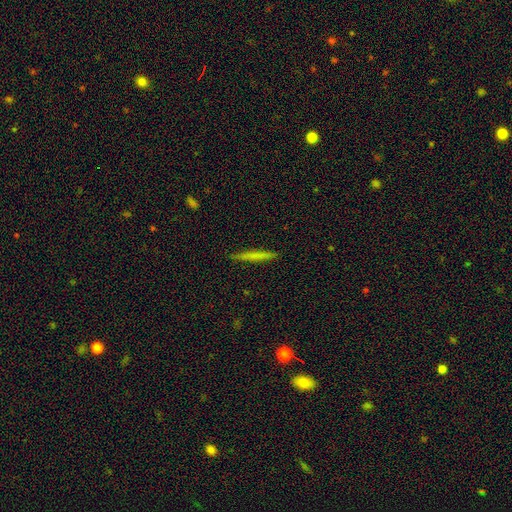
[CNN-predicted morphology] This is likely a smooth galaxy (62%). How rounded: clearly cigar-shaped (96%). Merging: clearly none (91%).